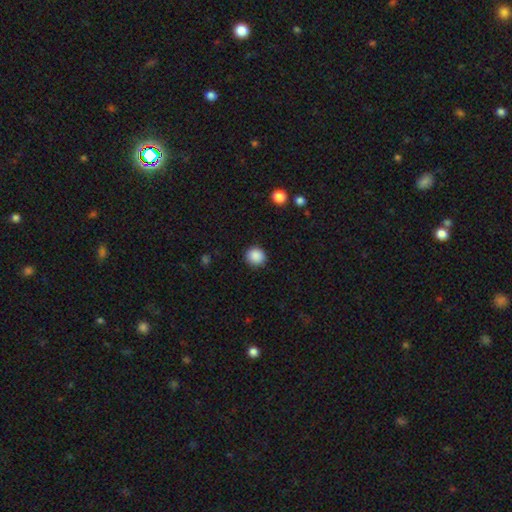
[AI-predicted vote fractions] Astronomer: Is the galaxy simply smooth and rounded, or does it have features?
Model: smooth — 89%.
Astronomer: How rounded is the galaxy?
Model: round — 88%.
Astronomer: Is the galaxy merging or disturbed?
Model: none — 90%.